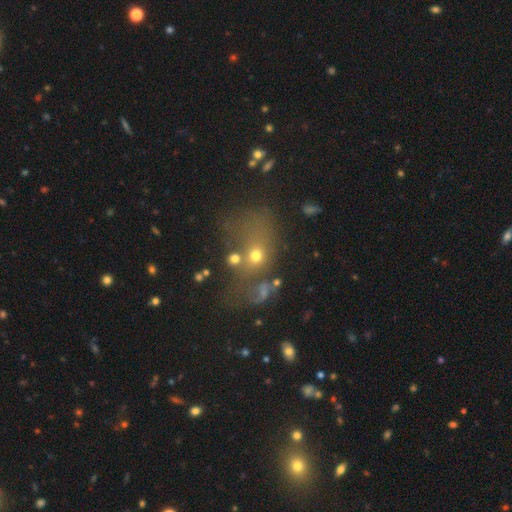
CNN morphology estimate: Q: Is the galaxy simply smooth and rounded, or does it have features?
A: smooth — 53%.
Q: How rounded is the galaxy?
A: round — 49%.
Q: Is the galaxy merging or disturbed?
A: merger — 32%.